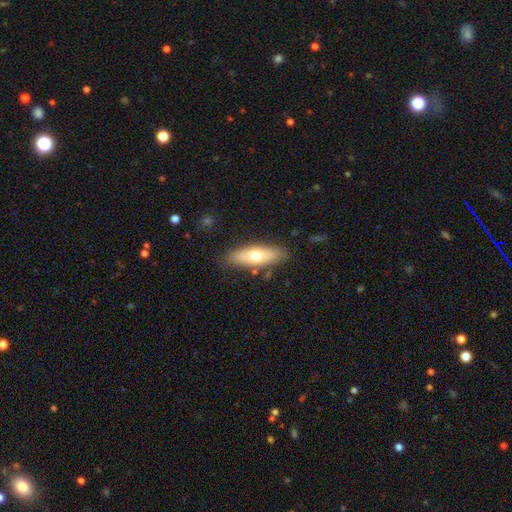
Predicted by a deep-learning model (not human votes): smooth_or_featured: smooth (p=0.63) [alt: featured or disk p=0.30]
how_rounded: in between (p=0.55) [alt: cigar-shaped p=0.43]
merging: none (p=0.84) [alt: minor disturbance p=0.11]